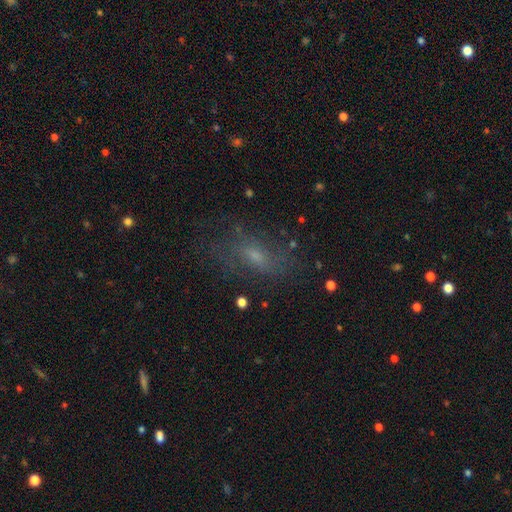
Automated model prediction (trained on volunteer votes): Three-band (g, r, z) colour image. It shows a smooth galaxy with no disk features (45%). Merging: none (62%).